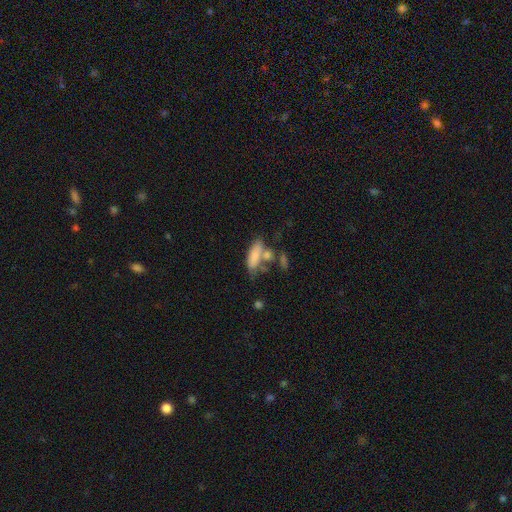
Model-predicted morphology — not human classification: smooth-or-featured: smooth: 74% | featured or disk: 18% | star or artifact: 8%
  how-rounded: in between: 67% | cigar-shaped: 30% | round: 3%
  merging: merger: 36% | none: 34% | minor disturbance: 18% | major disturbance: 13%